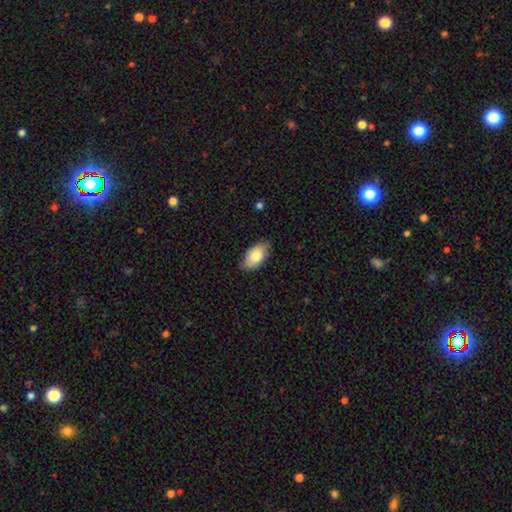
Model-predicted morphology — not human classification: type=smooth (82%); roundness=in between (94%); merging=none (83%).